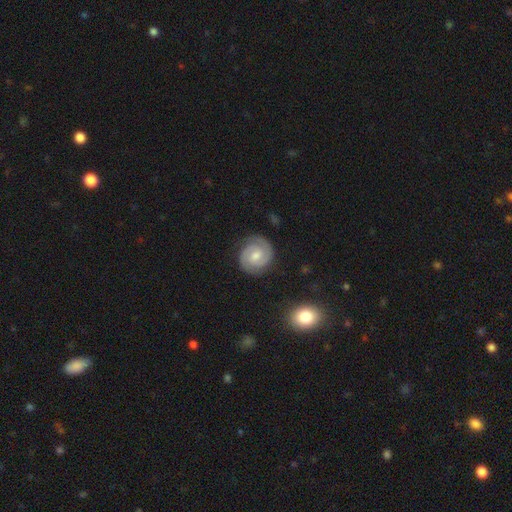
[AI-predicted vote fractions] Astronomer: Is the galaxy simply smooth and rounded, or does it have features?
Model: featured or disk — 81%.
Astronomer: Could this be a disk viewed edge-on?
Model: no — 98%.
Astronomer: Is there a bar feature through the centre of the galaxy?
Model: no — 50% (runner-up: weak, 42%).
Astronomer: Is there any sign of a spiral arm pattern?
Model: yes — 97%.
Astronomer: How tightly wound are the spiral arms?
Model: tight — 65%.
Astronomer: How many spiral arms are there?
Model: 2 — 89%.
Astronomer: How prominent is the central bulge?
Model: moderate — 56% (runner-up: small, 34%).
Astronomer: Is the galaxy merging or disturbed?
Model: none — 85%.